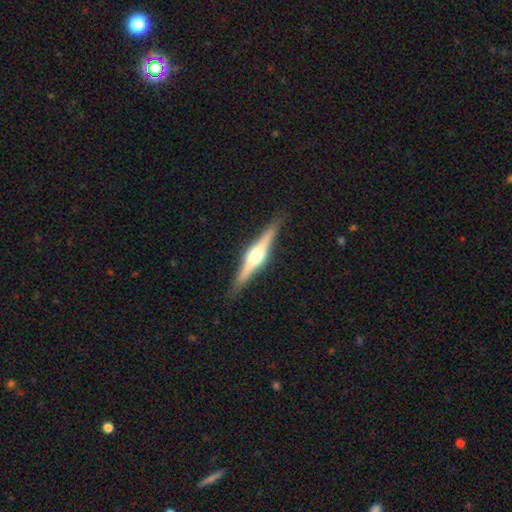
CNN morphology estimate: Smooth or featured: featured or disk — 75% (smooth — 19%)
Edge-on disk: yes — 98% (no — 2%)
Edge-on bulge: rounded — 91% (boxy — 6%)
Merging: none — 90% (minor disturbance — 8%)